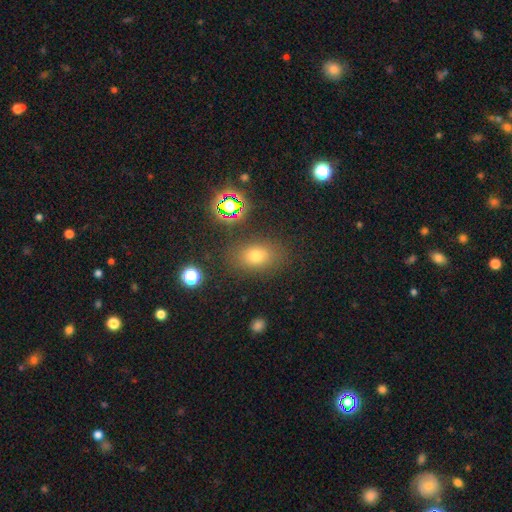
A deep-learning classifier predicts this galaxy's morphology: Smooth or featured? smooth (69%)
How rounded? in between (74%)
Merging? none (82%)